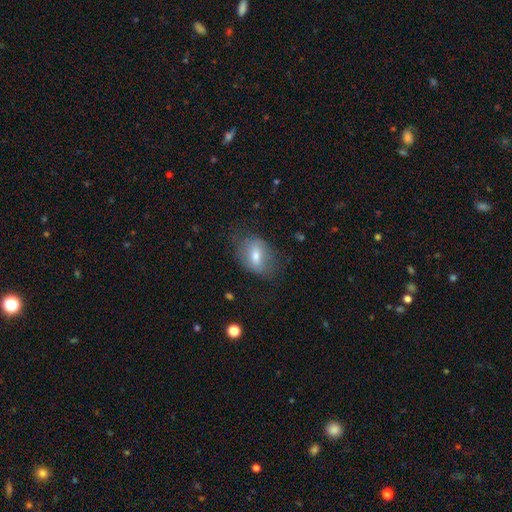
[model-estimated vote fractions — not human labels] This is possibly a smooth galaxy (56%). How rounded: likely in between (78%). Merging: likely none (64%).